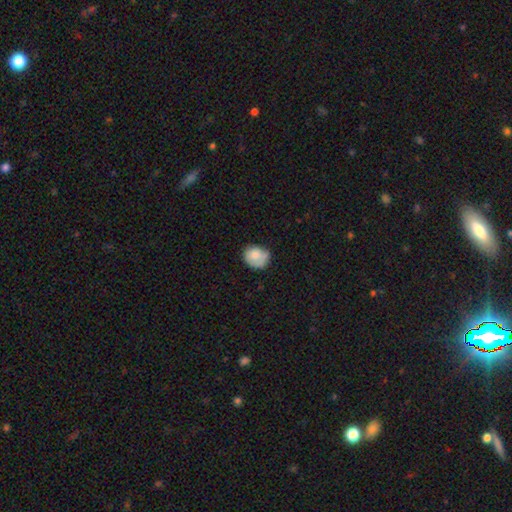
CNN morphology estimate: Smooth or featured? Predicted: smooth (p=0.76). How rounded? Predicted: round (p=0.61). Merging? Predicted: none (p=0.48).